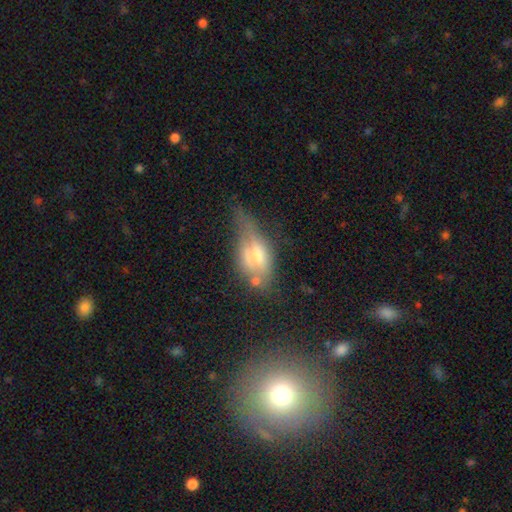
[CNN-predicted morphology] Q: Smooth or featured?
A: featured or disk (49%); runner-up: smooth (40%)
Q: Merging?
A: none (40%); runner-up: minor disturbance (30%)